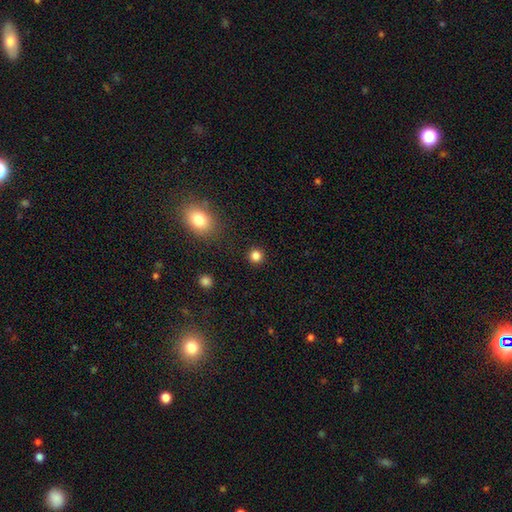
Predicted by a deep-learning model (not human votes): This appears to be a smooth galaxy with no disk features (84%) that is round (93%). Merging: none (91%).